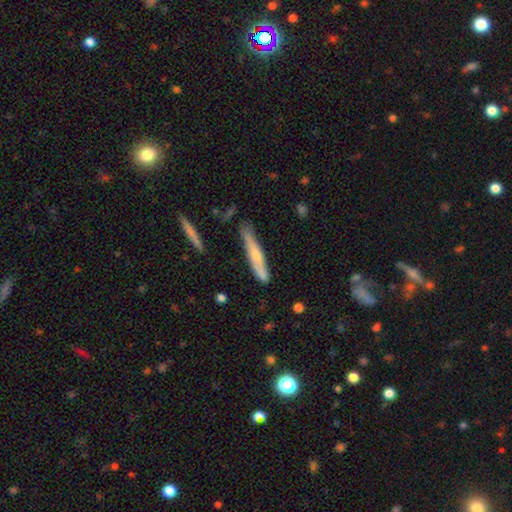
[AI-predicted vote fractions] Overall: featured or disk (48%; smooth 46%). Merging: none (77%).